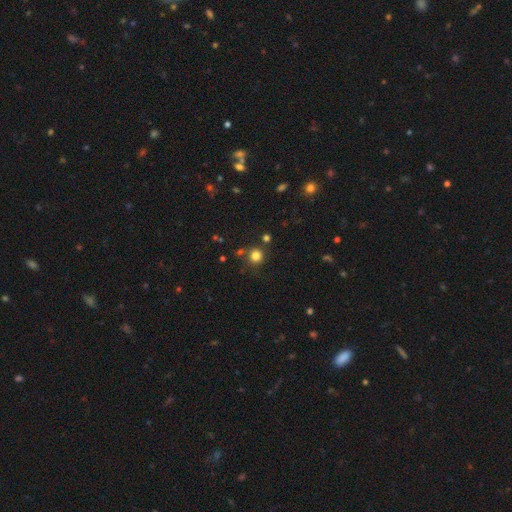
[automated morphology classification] A smooth galaxy with no disk features (80%) that is round (92%). Merging: none (81%).